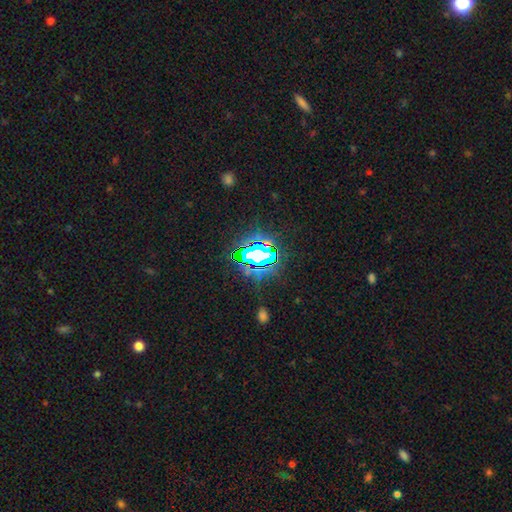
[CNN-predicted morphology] A star or artifact, not a galaxy (72%).